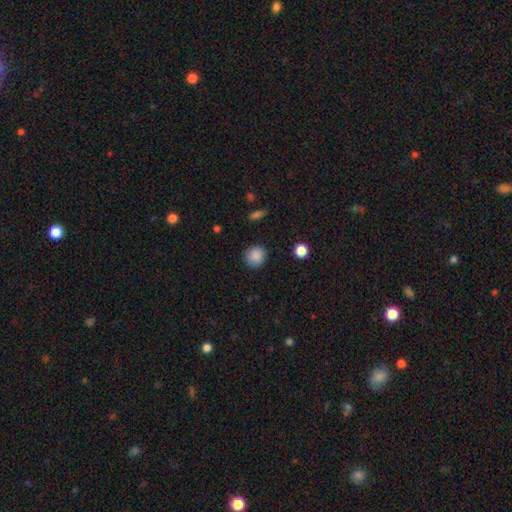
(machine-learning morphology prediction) This is clearly a smooth galaxy (87%). How rounded: clearly round (87%). Merging: clearly none (88%).